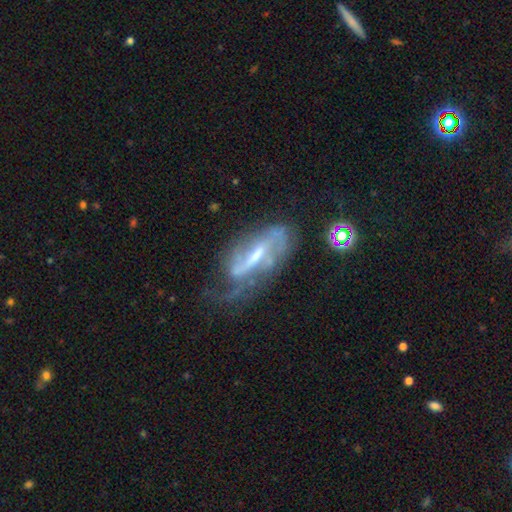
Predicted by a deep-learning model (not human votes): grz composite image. It shows a featured or disk galaxy (78%) with a strong bar (50%), 2 (51%) medium (39%) spiral arms (84%) and a small central bulge (45%). Merging: none (43%).